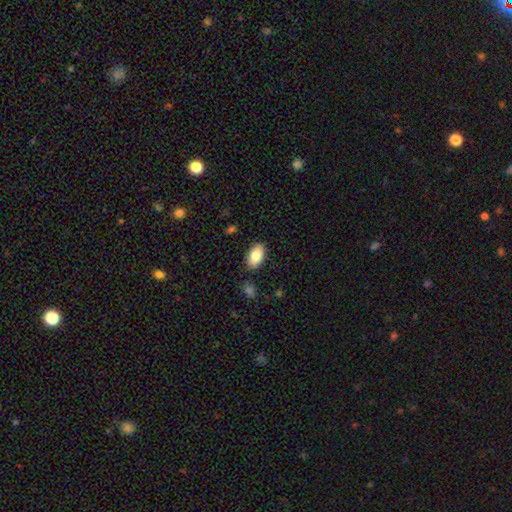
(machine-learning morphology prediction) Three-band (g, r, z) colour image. It shows a smooth galaxy with no disk features (84%) that is in between round and cigar-shaped (94%). Merging: none (86%).